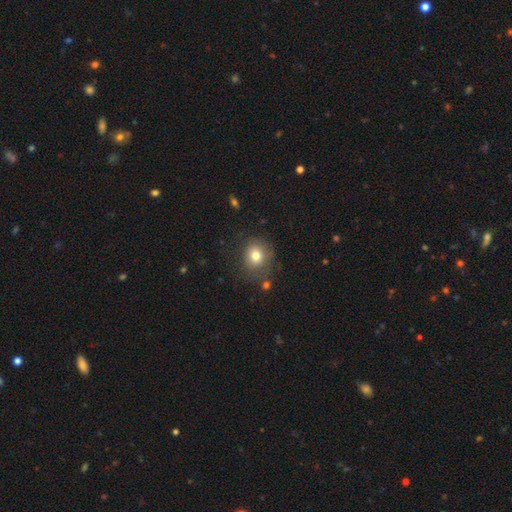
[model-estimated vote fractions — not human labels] This is likely a smooth galaxy (79%). How rounded: likely round (77%). Merging: likely none (72%).